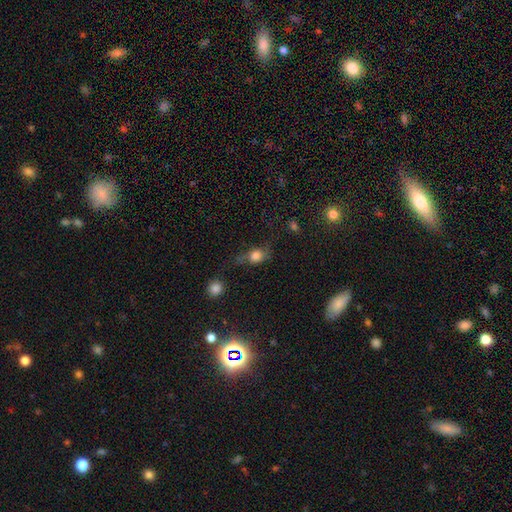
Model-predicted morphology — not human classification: Q: Smooth or featured?
A: smooth (73%); runner-up: featured or disk (14%)
Q: How rounded?
A: round (55%); runner-up: in between (40%)
Q: Merging?
A: none (45%); runner-up: minor disturbance (27%)